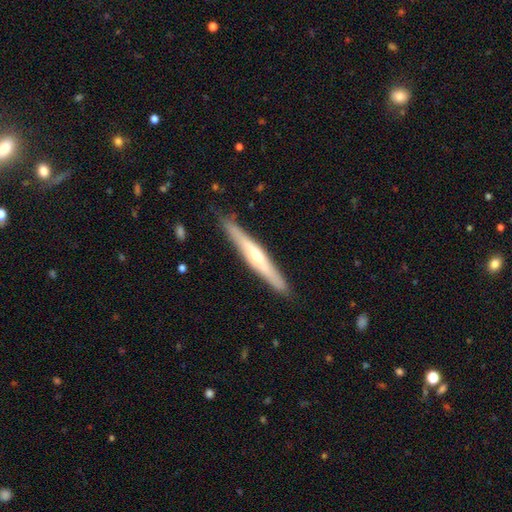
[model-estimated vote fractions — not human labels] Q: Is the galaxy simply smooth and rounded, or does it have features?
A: featured or disk — 65%.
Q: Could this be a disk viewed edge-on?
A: yes — 95%.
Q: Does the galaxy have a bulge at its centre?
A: rounded — 79%.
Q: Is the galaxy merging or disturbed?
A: none — 90%.